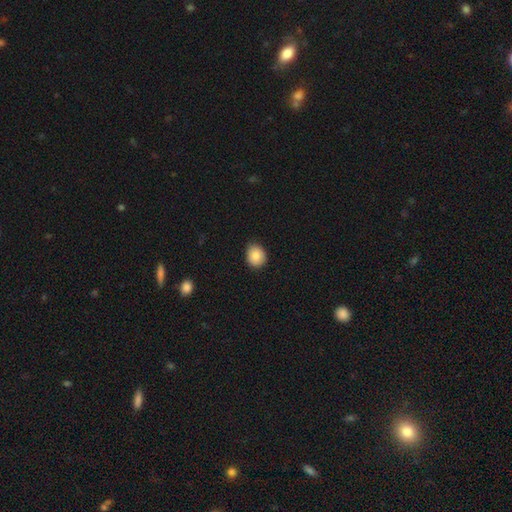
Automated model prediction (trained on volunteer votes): smooth_or_featured: smooth (p=0.84) [alt: star or artifact p=0.08]
how_rounded: round (p=0.66) [alt: in between p=0.33]
merging: none (p=0.83) [alt: minor disturbance p=0.14]